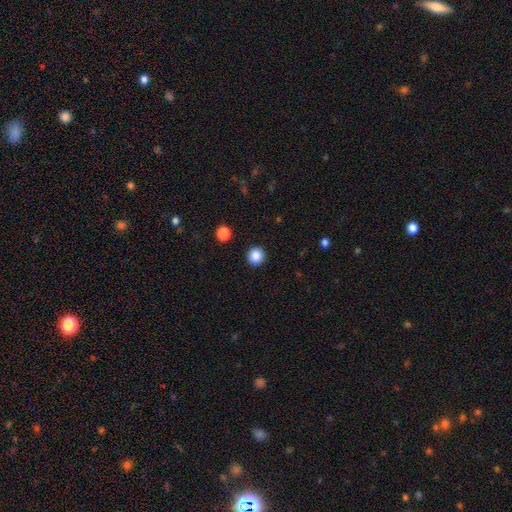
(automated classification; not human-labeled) Smooth or featured? Predicted: smooth (p=0.87). How rounded? Predicted: round (p=0.93). Merging? Predicted: none (p=0.92).